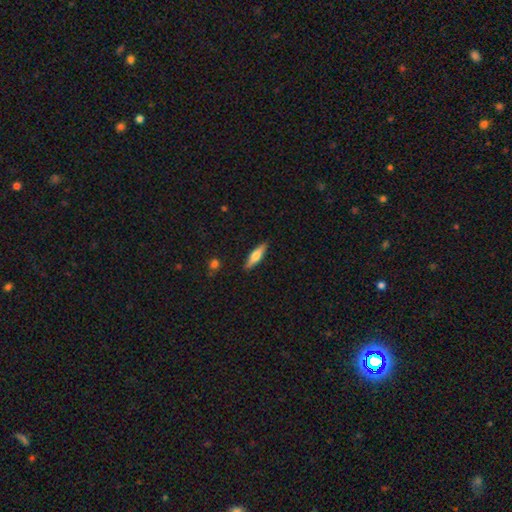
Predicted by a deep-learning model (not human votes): Morphology: type=smooth (59%); roundness=cigar-shaped (66%); merging=none (88%).